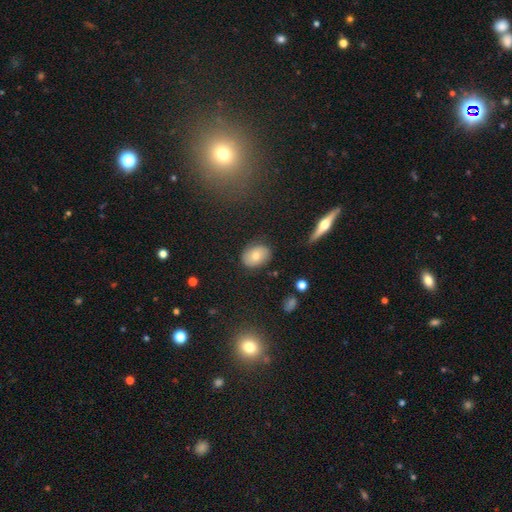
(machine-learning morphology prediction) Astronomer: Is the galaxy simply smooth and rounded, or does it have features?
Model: smooth — 67%.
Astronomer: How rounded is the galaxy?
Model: in between — 72%.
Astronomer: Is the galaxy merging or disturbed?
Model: none — 82%.